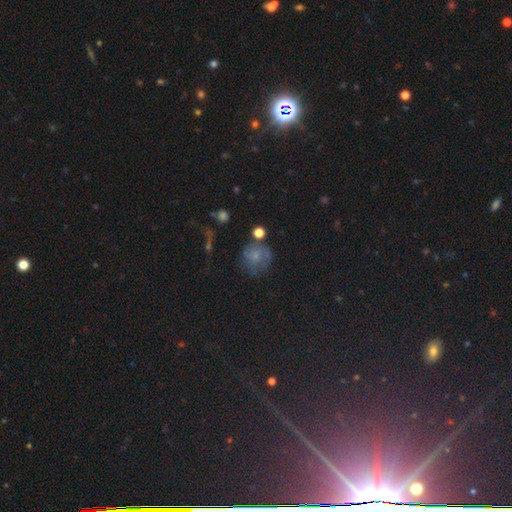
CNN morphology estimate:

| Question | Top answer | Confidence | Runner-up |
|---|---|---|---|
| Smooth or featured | smooth | 61% | featured or disk (25%) |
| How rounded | round | 83% | in between (16%) |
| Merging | none | 54% | minor disturbance (23%) |